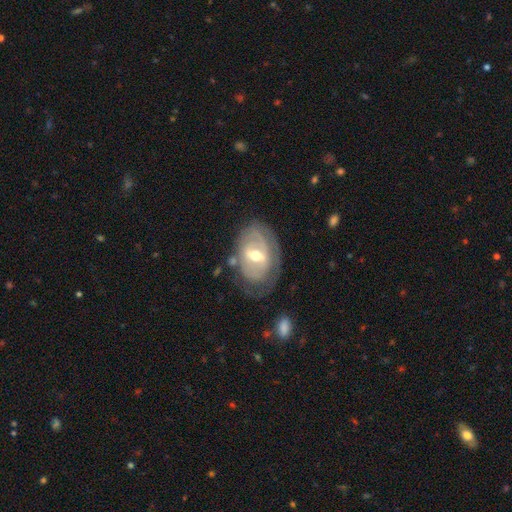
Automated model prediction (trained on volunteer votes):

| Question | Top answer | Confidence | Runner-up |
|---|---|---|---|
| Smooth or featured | featured or disk | 74% | smooth (20%) |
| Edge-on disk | no | 94% | yes (6%) |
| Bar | weak | 49% | strong (30%) |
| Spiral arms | yes | 65% | no (35%) |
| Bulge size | moderate | 73% | small (20%) |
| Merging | none | 58% | minor disturbance (24%) |